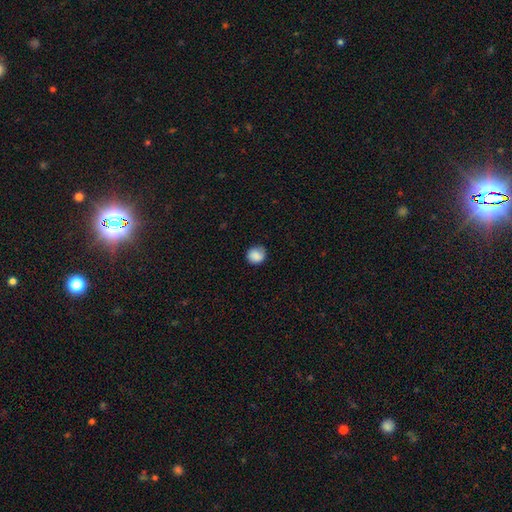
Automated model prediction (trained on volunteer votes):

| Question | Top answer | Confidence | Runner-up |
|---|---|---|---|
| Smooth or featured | smooth | 86% | star or artifact (9%) |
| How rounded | round | 86% | in between (13%) |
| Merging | none | 83% | minor disturbance (13%) |